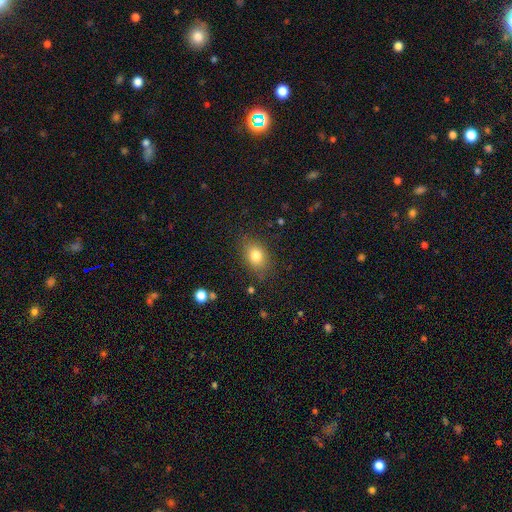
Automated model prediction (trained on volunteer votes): A smooth galaxy with no disk features (79%) that is in between round and cigar-shaped (71%). Merging: none (82%).